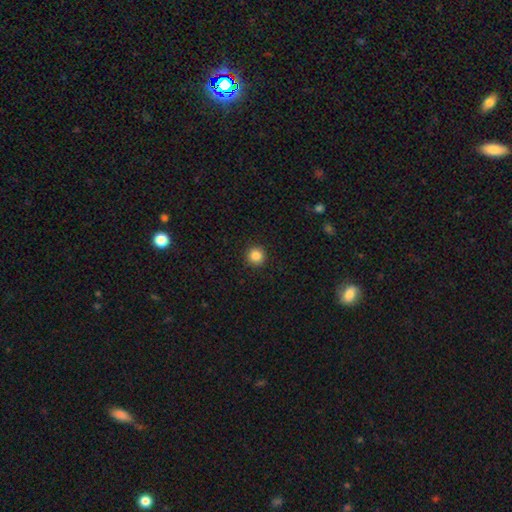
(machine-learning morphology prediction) Smooth or featured: smooth — 85% (star or artifact — 11%)
How rounded: round — 95% (in between — 4%)
Merging: none — 93% (minor disturbance — 5%)